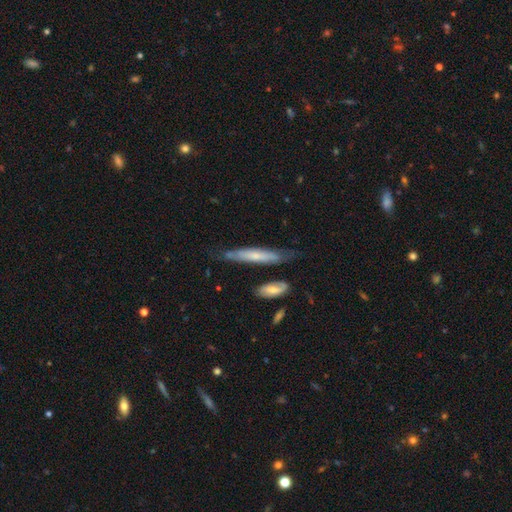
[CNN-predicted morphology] Smooth or featured?
  - featured or disk: 48% *
  - smooth: 46%
  - star or artifact: 6%
Merging?
  - none: 66% *
  - minor disturbance: 23%
  - major disturbance: 6%
  - merger: 6%